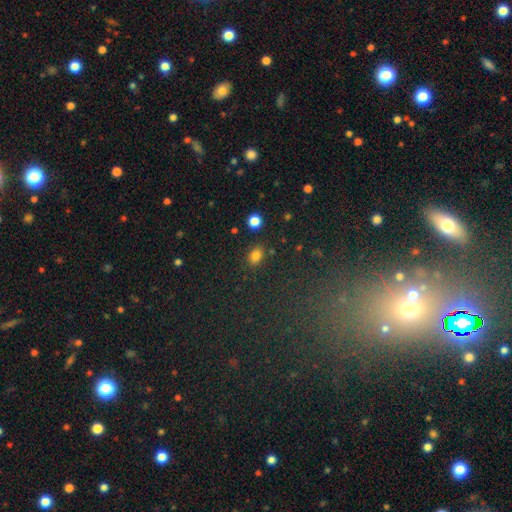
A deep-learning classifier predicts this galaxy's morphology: Overall: smooth (81%). How rounded: in between (66%; round 32%). Merging: none (83%).